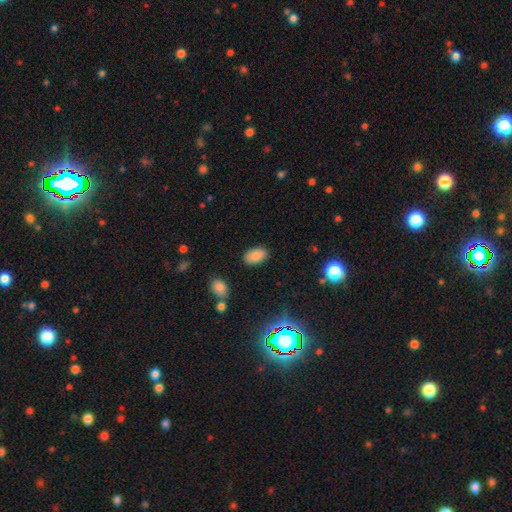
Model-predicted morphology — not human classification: Overall: smooth (86%). How rounded: in between (93%). Merging: none (87%).